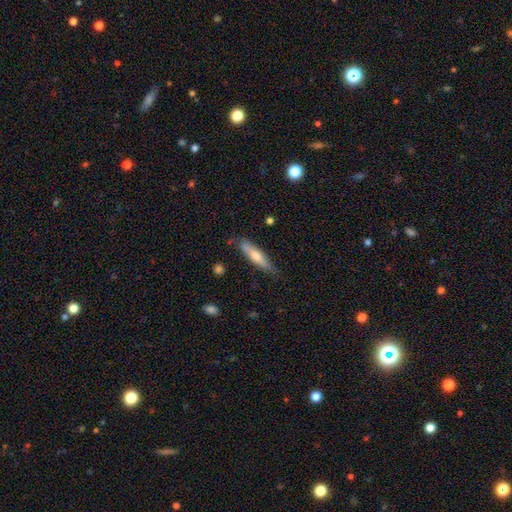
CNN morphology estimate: This is possibly a smooth galaxy (57%). How rounded: clearly cigar-shaped (80%). Merging: likely none (77%).